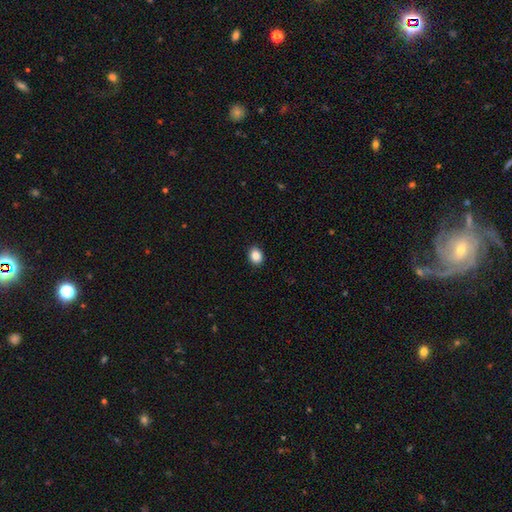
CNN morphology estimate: Q: Smooth or featured?
A: smooth (87%); runner-up: star or artifact (9%)
Q: How rounded?
A: round (51%); runner-up: in between (48%)
Q: Merging?
A: none (91%); runner-up: minor disturbance (6%)